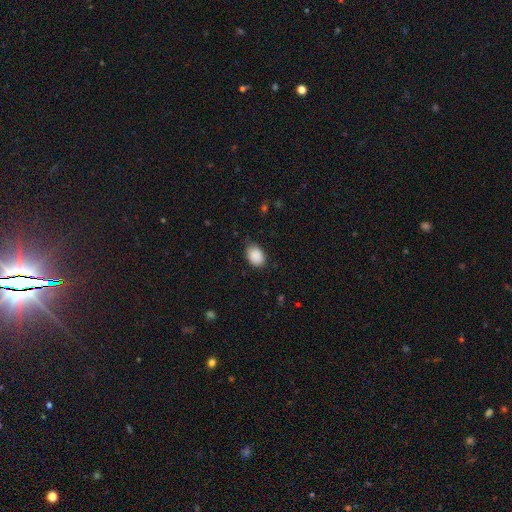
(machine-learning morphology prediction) smooth_or_featured: smooth (p=0.89) [alt: star or artifact p=0.07]
how_rounded: in between (p=0.79) [alt: round p=0.20]
merging: none (p=0.69) [alt: minor disturbance p=0.25]